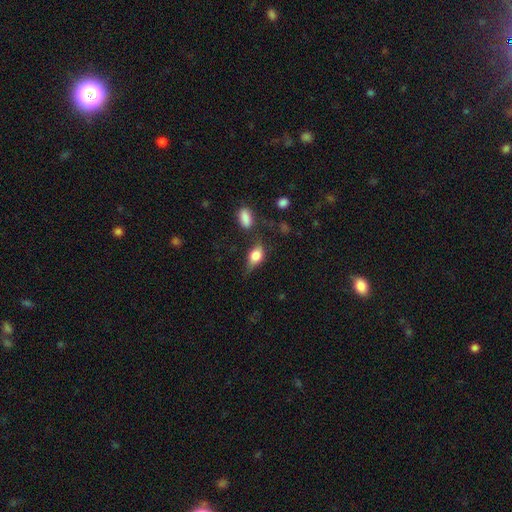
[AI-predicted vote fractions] This is likely a smooth galaxy (68%). How rounded: likely in between (78%). Merging: possibly none (48%).